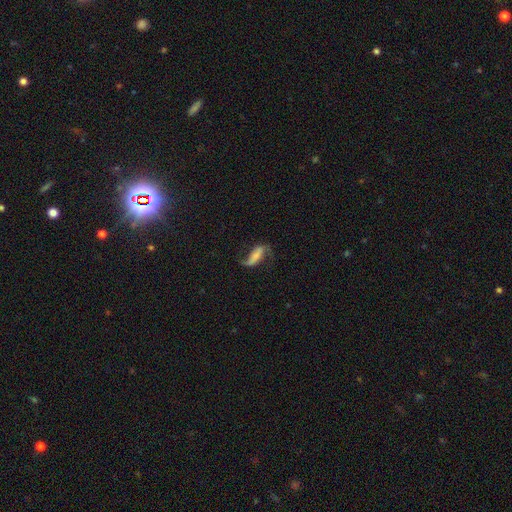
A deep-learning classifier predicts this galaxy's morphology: This is likely a featured or disk galaxy (69%). It is clearly not viewed edge-on (90%). Bar: marginally strong (45%). Spiral arm pattern: clearly yes (91%). Spiral arm count: clearly 2 (87%). Spiral winding: clearly loose (81%). Central bulge: marginally none (36%). Merging: likely none (62%).